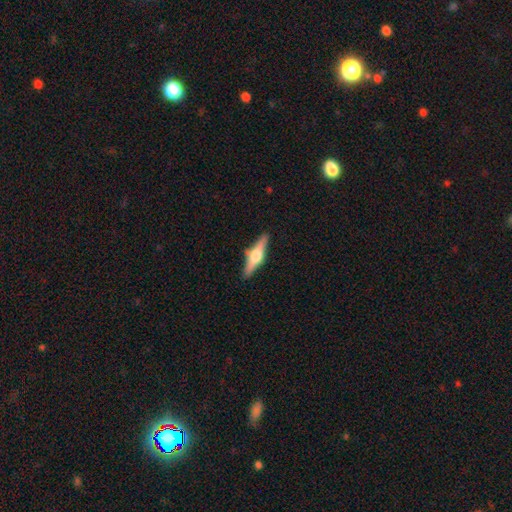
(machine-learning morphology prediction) Smooth or featured? Predicted: featured or disk (p=0.69). Edge-on disk? Predicted: yes (p=0.97). Edge-on bulge? Predicted: rounded (p=0.94). Merging? Predicted: none (p=0.87).